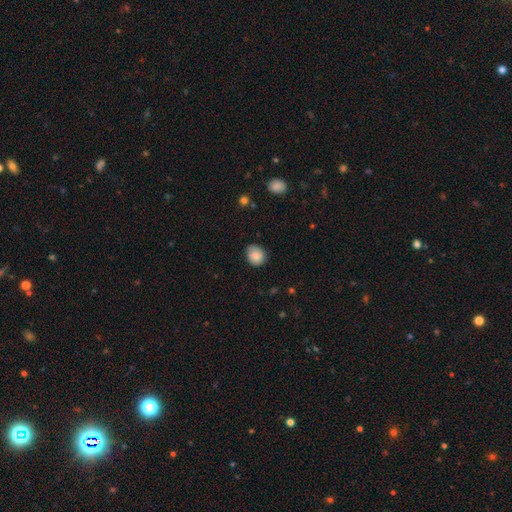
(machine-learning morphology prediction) A smooth galaxy with no disk features (83%) that is round (70%). Merging: none (72%).